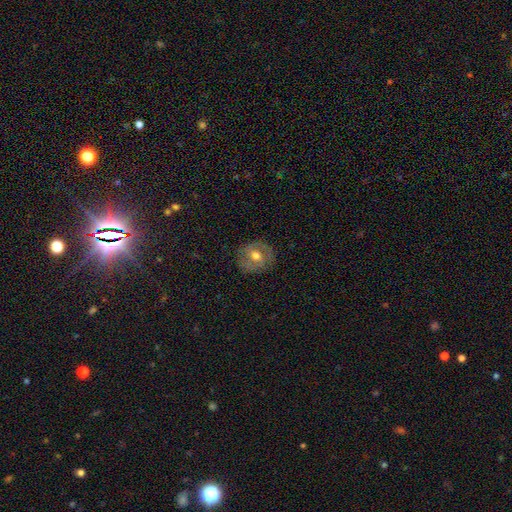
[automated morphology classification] This appears to be a featured or disk galaxy (58%) with no bar (46%), spiral arms (65%) and a moderate central bulge (76%). Merging: none (81%).